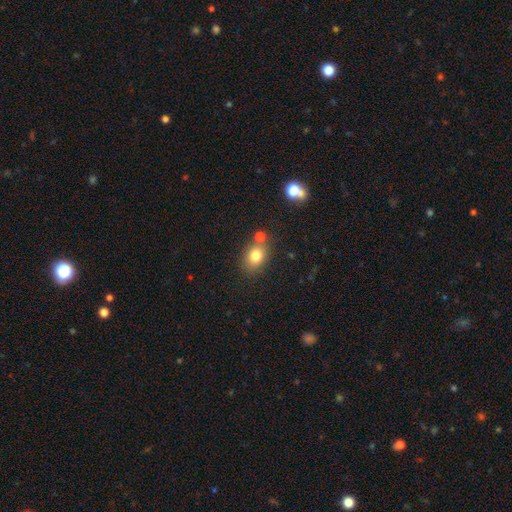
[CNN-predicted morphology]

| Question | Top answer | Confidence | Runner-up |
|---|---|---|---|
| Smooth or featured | smooth | 79% | star or artifact (11%) |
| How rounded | in between | 57% | round (42%) |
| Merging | none | 68% | merger (16%) |